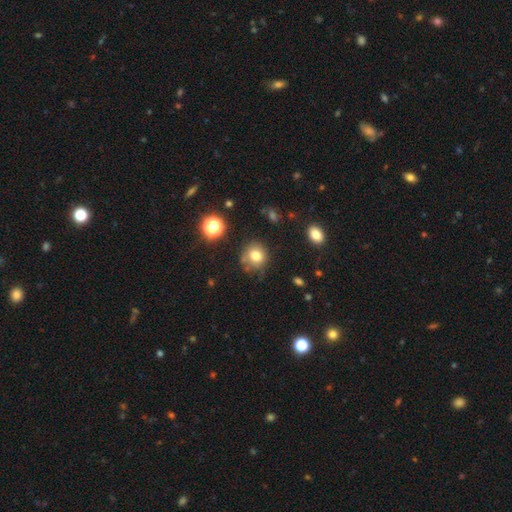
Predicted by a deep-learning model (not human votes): Q: Smooth or featured?
A: smooth (77%); runner-up: star or artifact (13%)
Q: How rounded?
A: round (85%); runner-up: in between (14%)
Q: Merging?
A: none (75%); runner-up: minor disturbance (16%)